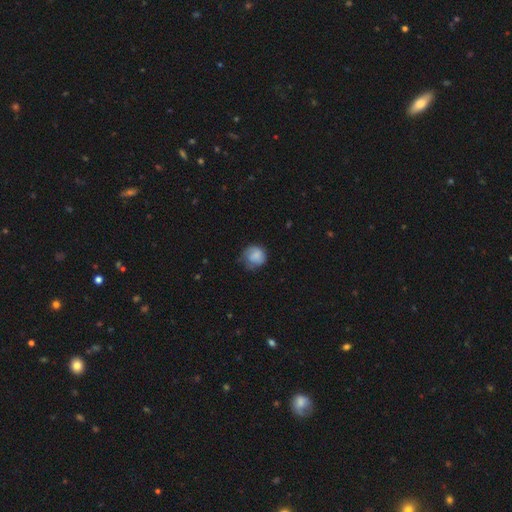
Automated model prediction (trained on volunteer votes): Overall: smooth (79%). How rounded: round (84%). Merging: none (57%; minor disturbance 31%).